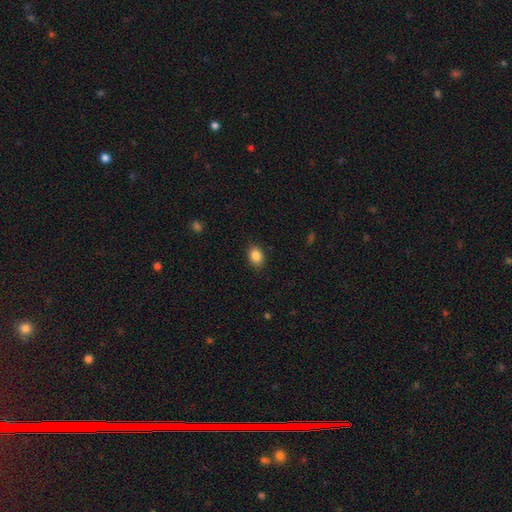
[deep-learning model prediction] This is clearly a smooth galaxy (86%). How rounded: likely in between (72%). Merging: clearly none (86%).